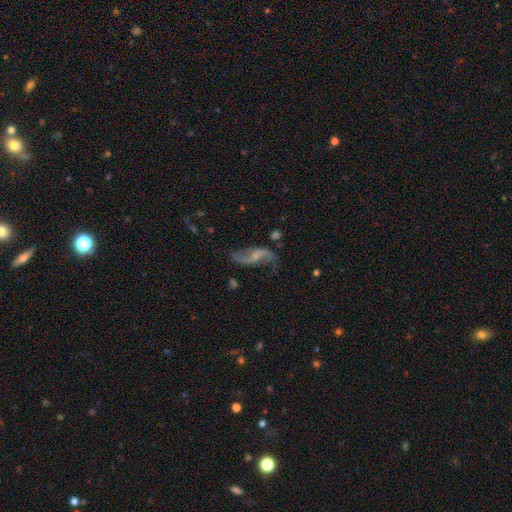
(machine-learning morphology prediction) type=featured or disk (84%); edge-on=no (95%); bar=weak (44%); spiral arms=yes (94%); winding=loose (85%); arm count=2 (92%); bulge=small (53%); merging=none (67%).